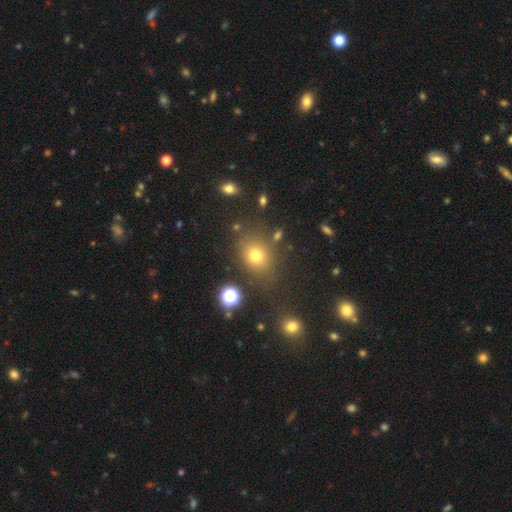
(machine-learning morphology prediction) Overall: smooth (71%). How rounded: round (53%; in between 46%). Merging: none (77%).